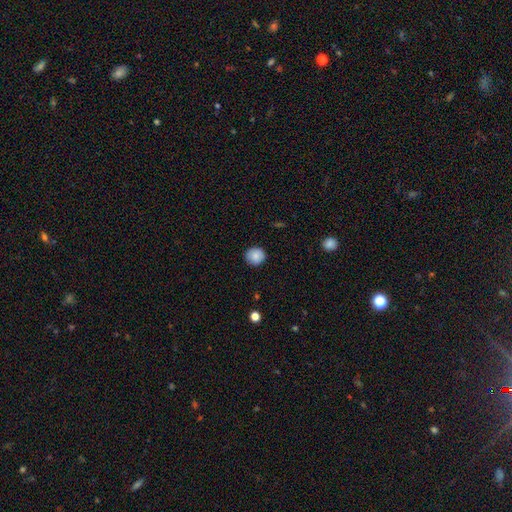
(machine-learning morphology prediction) Overall: smooth (85%). How rounded: round (86%). Merging: none (86%).